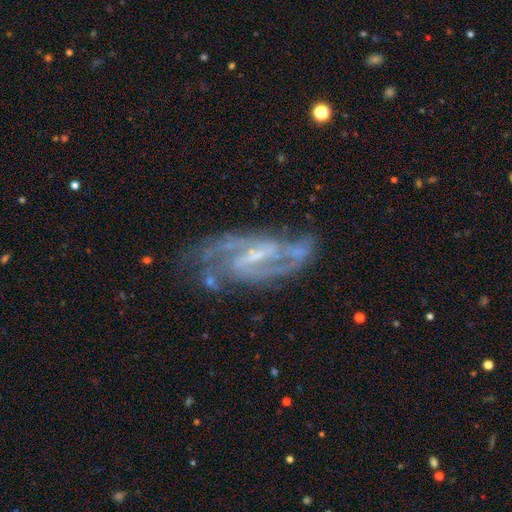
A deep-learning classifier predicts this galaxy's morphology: This appears to be a featured or disk galaxy (91%) with a weak bar (45%), 2 (82%) medium (57%) spiral arms (98%) and a small central bulge (62%). Merging: none (70%).